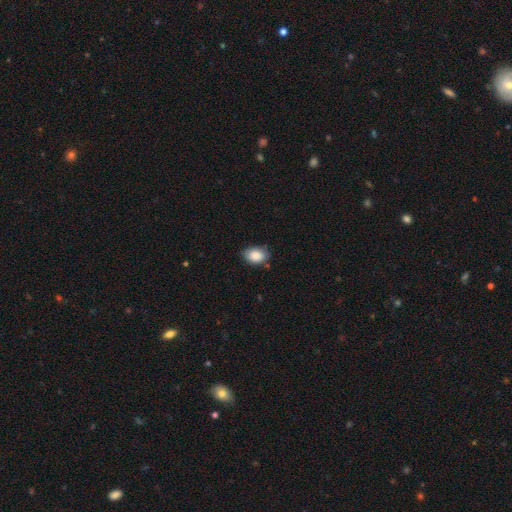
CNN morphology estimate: This appears to be a smooth galaxy with no disk features (87%) that is in between round and cigar-shaped (80%). Merging: none (72%).